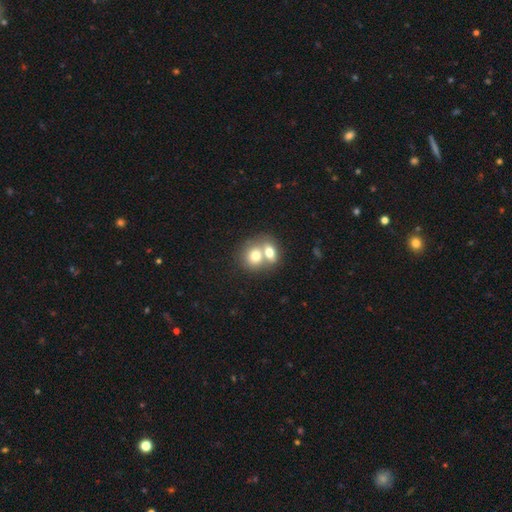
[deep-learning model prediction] smooth_or_featured: smooth (p=0.72) [alt: featured or disk p=0.20]
how_rounded: round (p=0.60) [alt: in between p=0.39]
merging: merger (p=0.70) [alt: none p=0.22]